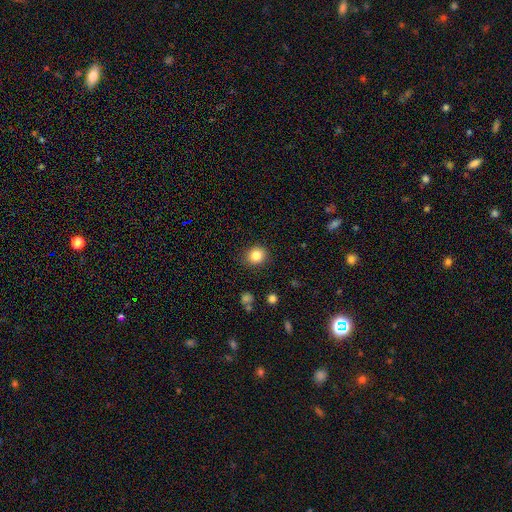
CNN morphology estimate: Smooth or featured? smooth (84%)
How rounded? round (81%)
Merging? none (88%)